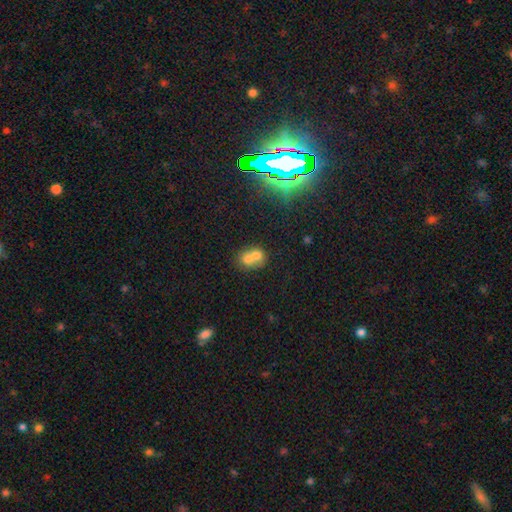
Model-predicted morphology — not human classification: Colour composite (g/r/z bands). It shows a smooth galaxy with no disk features (65%) that is round (58%). Merging: merger (72%).